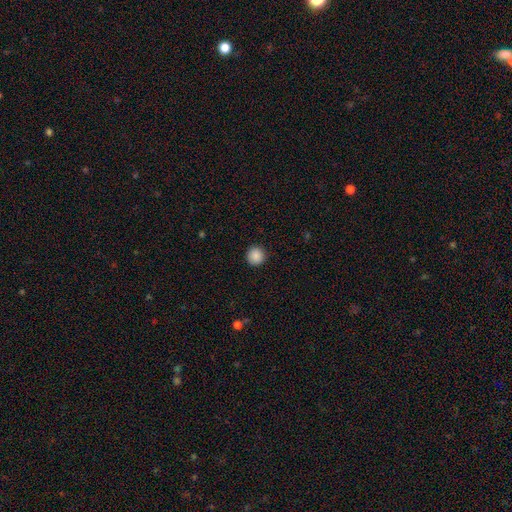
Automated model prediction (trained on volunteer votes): Smooth or featured: smooth — 89% (star or artifact — 9%)
How rounded: round — 95% (in between — 4%)
Merging: none — 92% (minor disturbance — 5%)